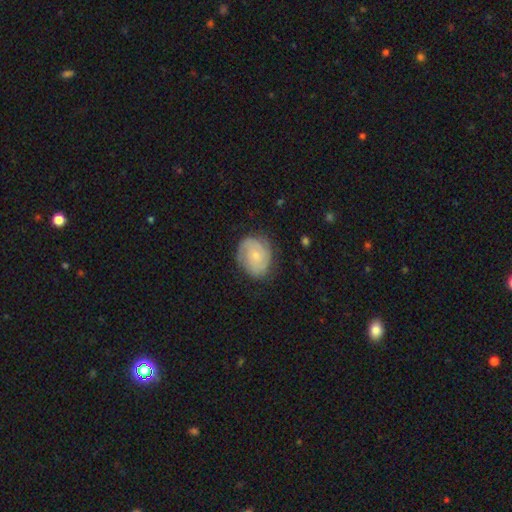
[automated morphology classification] Smooth or featured? featured or disk (64%)
Edge-on disk? no (98%)
Bar? no (74%)
Spiral arms? yes (90%)
Spiral winding? tight (58%)
Spiral arm count? 2 (51%)
Bulge size? small (66%)
Merging? none (73%)